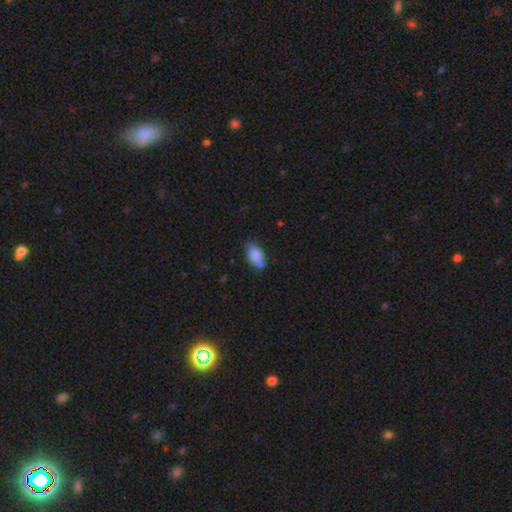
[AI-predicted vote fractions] smooth-or-featured: smooth: 81% | featured or disk: 12% | star or artifact: 7%
  how-rounded: in between: 89% | cigar-shaped: 7% | round: 4%
  merging: none: 63% | minor disturbance: 26% | merger: 6% | major disturbance: 5%